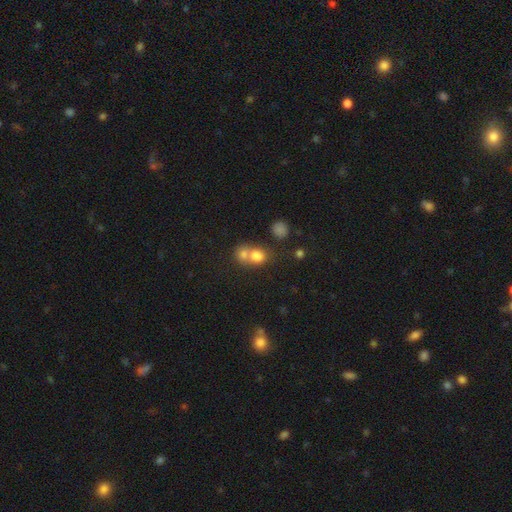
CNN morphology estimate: Smooth or featured: smooth — 74% (featured or disk — 13%)
How rounded: round — 64% (in between — 35%)
Merging: merger — 62% (none — 28%)